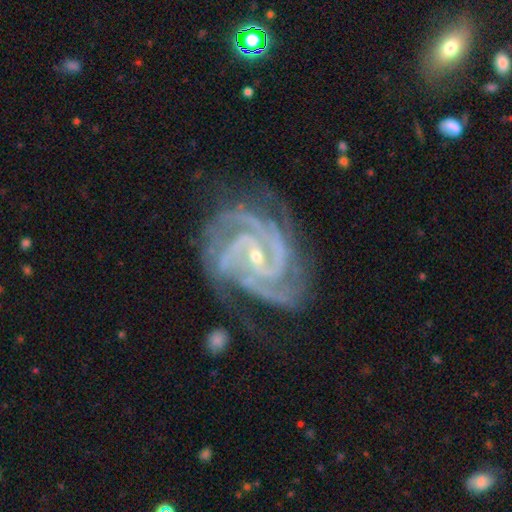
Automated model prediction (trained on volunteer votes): Q: Smooth or featured?
A: featured or disk (93%); runner-up: star or artifact (5%)
Q: Edge-on disk?
A: no (98%); runner-up: yes (2%)
Q: Bar?
A: weak (43%); runner-up: strong (30%)
Q: Spiral arms?
A: yes (99%); runner-up: no (1%)
Q: Spiral winding?
A: tight (62%); runner-up: medium (34%)
Q: Spiral arm count?
A: 3 (40%); runner-up: 4 (21%)
Q: Bulge size?
A: small (73%); runner-up: moderate (24%)
Q: Merging?
A: none (66%); runner-up: minor disturbance (21%)